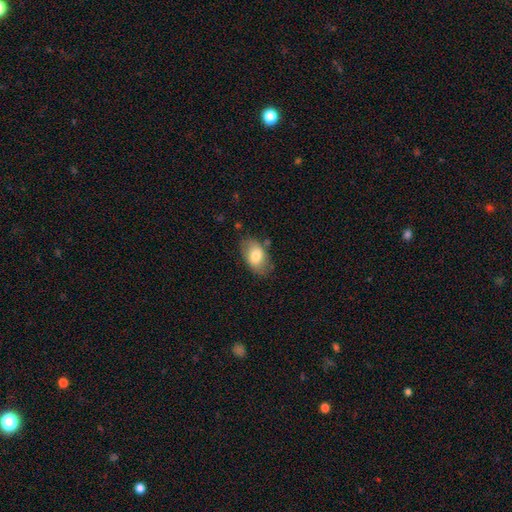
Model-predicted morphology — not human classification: A smooth galaxy with no disk features (75%) that is in between round and cigar-shaped (91%).

Vote fractions:
- Smooth or featured? smooth: 75% / featured or disk: 18% / star or artifact: 7%
- How rounded? in between: 91% / round: 8% / cigar-shaped: 1%
- Merging? none: 74% / minor disturbance: 18% / major disturbance: 5% / merger: 3%